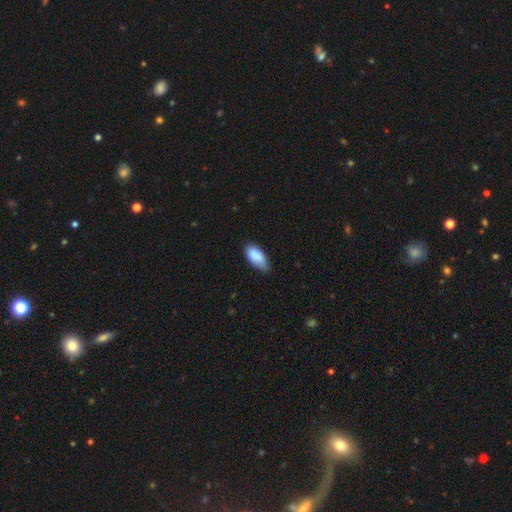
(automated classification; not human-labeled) A smooth galaxy with no disk features (87%) that is in between round and cigar-shaped (90%).

Vote fractions:
- Smooth or featured? smooth: 87% / star or artifact: 7% / featured or disk: 7%
- How rounded? in between: 90% / cigar-shaped: 8% / round: 2%
- Merging? none: 60% / minor disturbance: 33% / major disturbance: 5% / merger: 2%